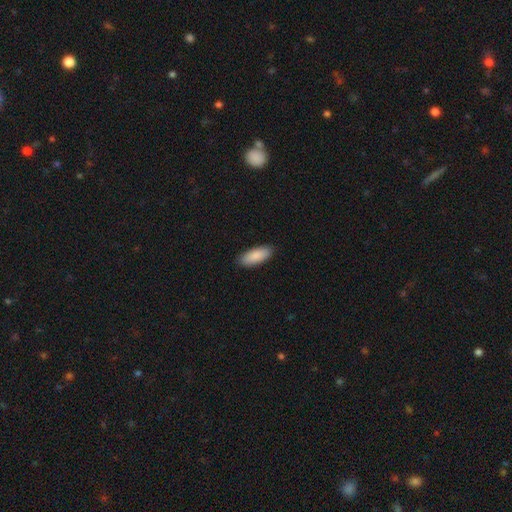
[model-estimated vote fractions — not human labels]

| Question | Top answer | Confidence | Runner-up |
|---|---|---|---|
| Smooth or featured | smooth | 89% | featured or disk (6%) |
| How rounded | in between | 80% | cigar-shaped (18%) |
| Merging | none | 90% | minor disturbance (8%) |